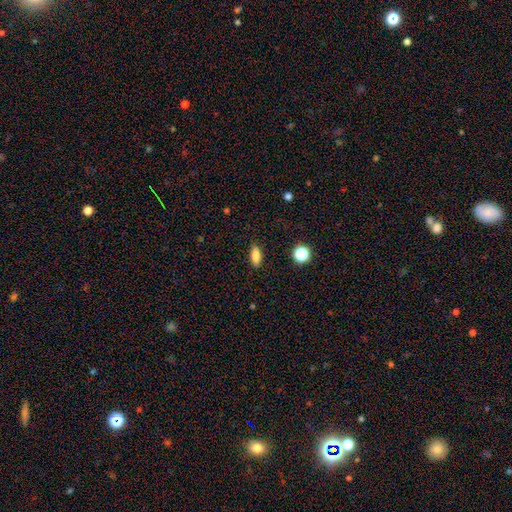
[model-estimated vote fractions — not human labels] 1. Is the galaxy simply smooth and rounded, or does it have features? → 82% smooth, 9% star or artifact, 9% featured or disk.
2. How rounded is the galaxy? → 75% in between, 20% cigar-shaped, 5% round.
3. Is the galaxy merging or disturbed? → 87% none, 9% minor disturbance, 2% major disturbance, 1% merger.